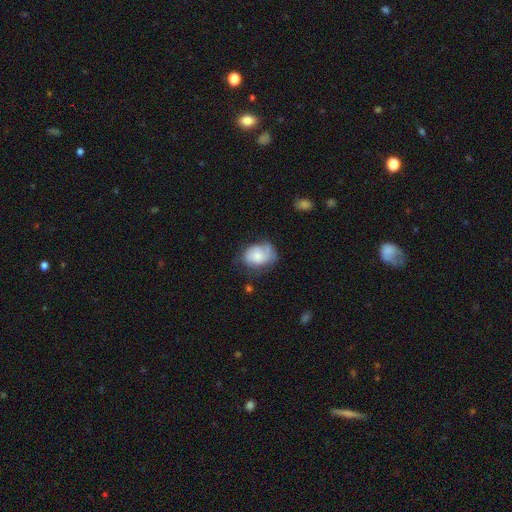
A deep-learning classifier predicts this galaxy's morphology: smooth-or-featured: smooth: 59% | featured or disk: 34% | star or artifact: 8%
  how-rounded: in between: 69% | round: 30% | cigar-shaped: 1%
  merging: none: 43% | minor disturbance: 34% | major disturbance: 18% | merger: 5%